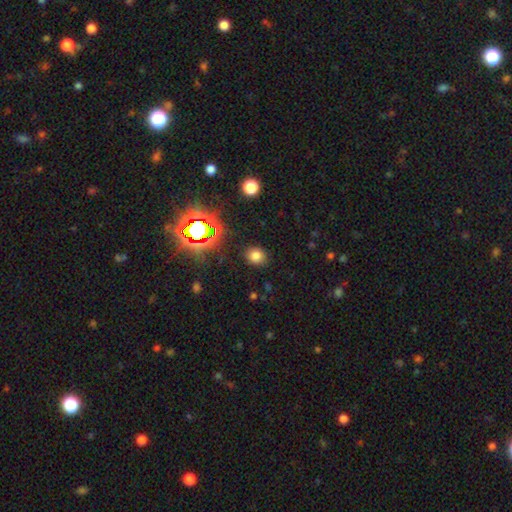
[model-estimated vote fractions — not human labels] Smooth or featured: smooth — 73% (star or artifact — 20%)
How rounded: round — 68% (in between — 31%)
Merging: none — 86% (minor disturbance — 10%)